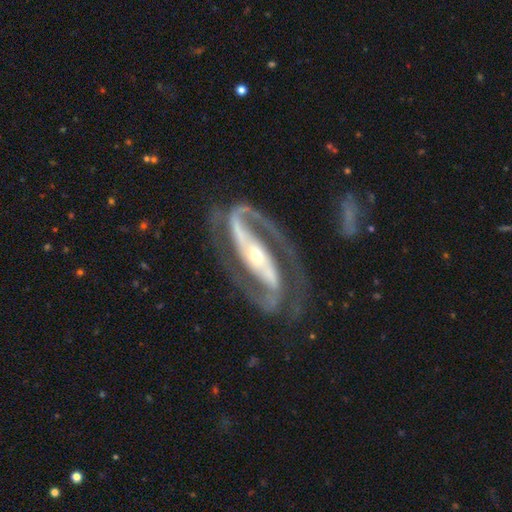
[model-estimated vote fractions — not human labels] The model was most divided on "bulge size": small: 57%, moderate: 38%, large: 3%, dominant: 1%, none: 1%. More confident: spiral arms — yes (98%); edge-on disk — no (95%); spiral arm count — 2 (93%); smooth or featured — featured or disk (93%); merging — none (75%); bar — strong (67%); spiral winding — medium (54%).